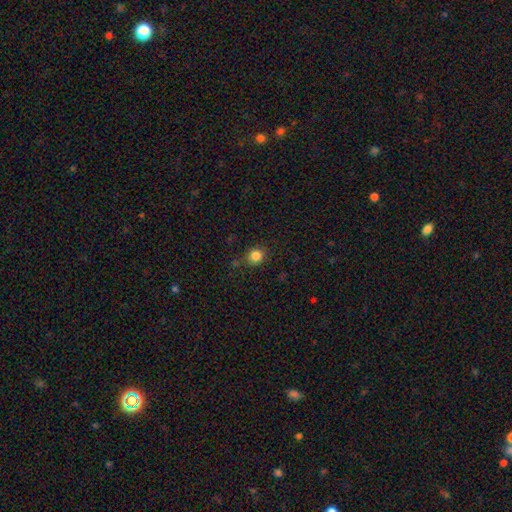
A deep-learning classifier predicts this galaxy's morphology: Smooth or featured? smooth (84%)
How rounded? round (85%)
Merging? none (81%)